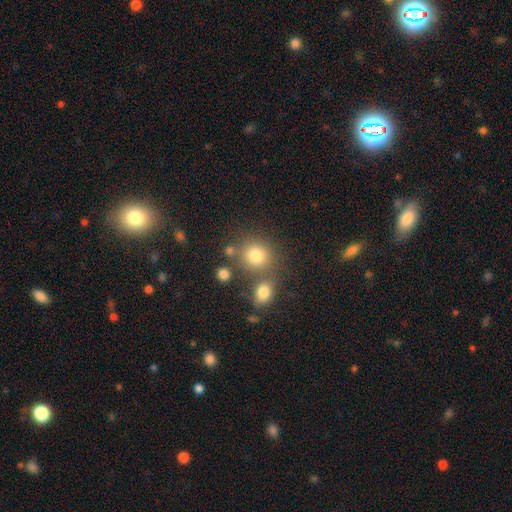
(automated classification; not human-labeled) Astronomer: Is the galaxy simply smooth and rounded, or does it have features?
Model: smooth — 77%.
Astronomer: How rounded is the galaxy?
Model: round — 84%.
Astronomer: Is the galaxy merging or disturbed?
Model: none — 66%.